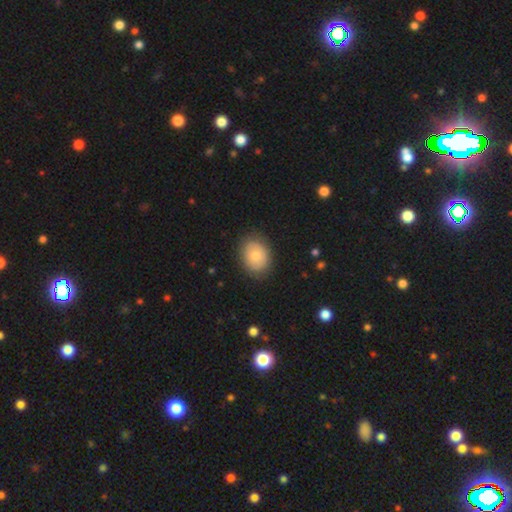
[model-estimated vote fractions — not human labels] Q: Smooth or featured?
A: smooth (72%); runner-up: featured or disk (21%)
Q: How rounded?
A: in between (59%); runner-up: round (40%)
Q: Merging?
A: none (85%); runner-up: minor disturbance (11%)